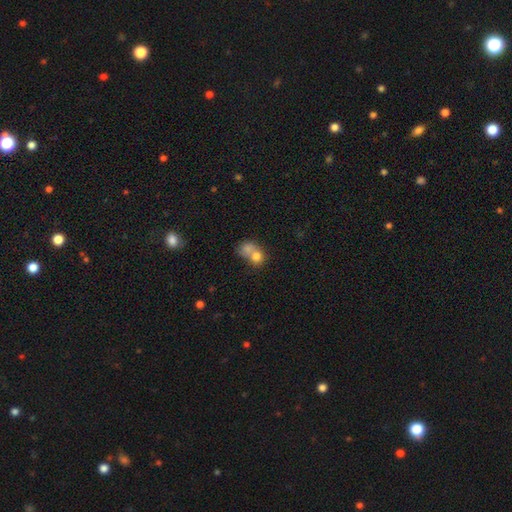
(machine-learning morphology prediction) Smooth or featured? Predicted: smooth (p=0.73). How rounded? Predicted: round (p=0.64). Merging? Predicted: merger (p=0.66).